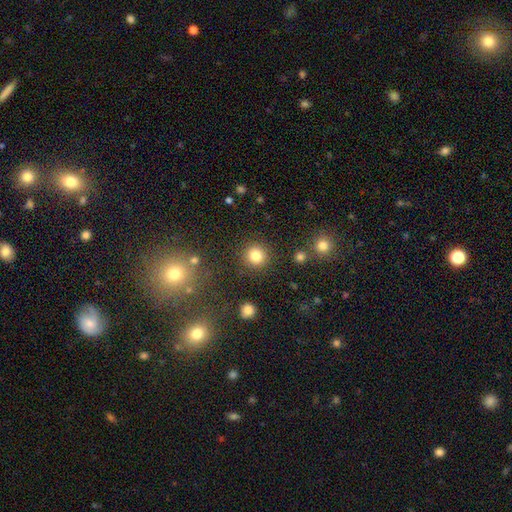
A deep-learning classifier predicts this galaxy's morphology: The model was most divided on "smooth or featured": smooth: 83%, star or artifact: 12%, featured or disk: 5%. More confident: how rounded — round (92%); merging — none (89%).